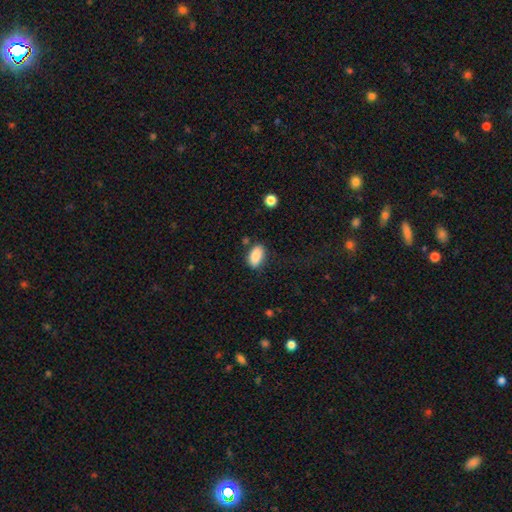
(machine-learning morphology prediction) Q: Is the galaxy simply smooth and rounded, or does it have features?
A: smooth — 87%.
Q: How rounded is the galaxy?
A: in between — 92%.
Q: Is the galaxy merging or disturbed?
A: none — 79%.